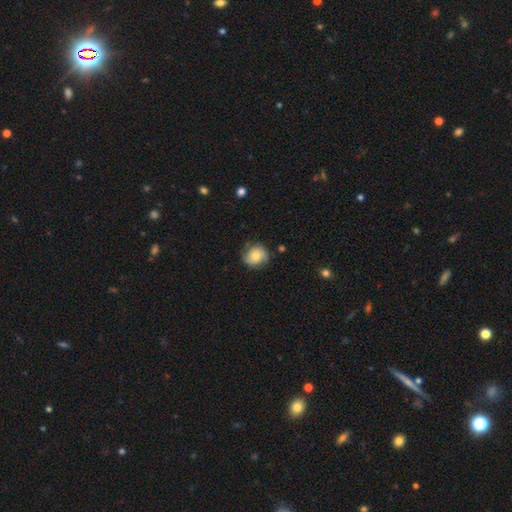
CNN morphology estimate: The model was most divided on "smooth or featured": smooth: 62%, featured or disk: 30%, star or artifact: 8%. More confident: how rounded — round (78%); merging — none (71%).